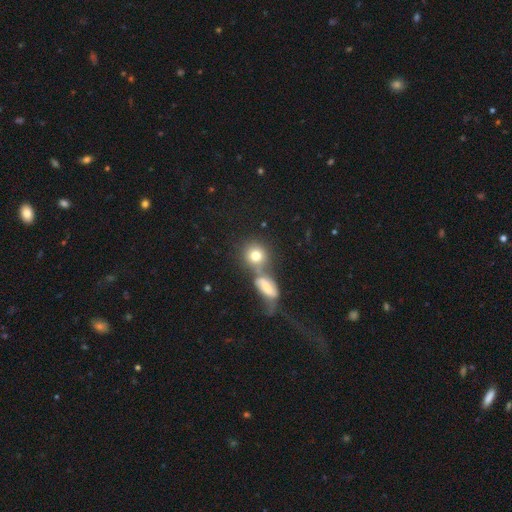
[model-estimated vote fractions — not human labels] Smooth or featured? Predicted: smooth (p=0.73). How rounded? Predicted: round (p=0.78). Merging? Predicted: none (p=0.42).